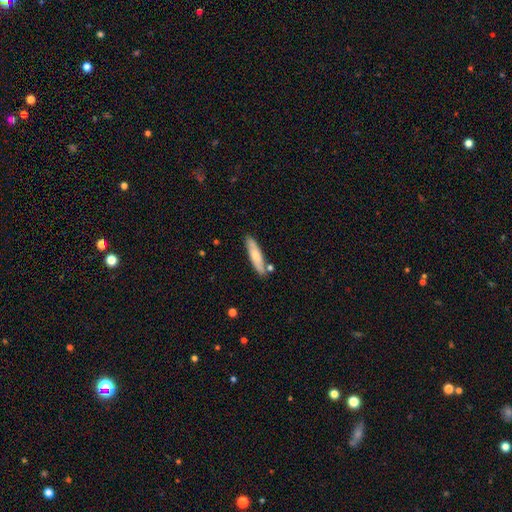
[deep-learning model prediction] The model was most divided on "smooth or featured": smooth: 66%, featured or disk: 28%, star or artifact: 6%. More confident: merging — none (78%); how rounded — cigar-shaped (76%).